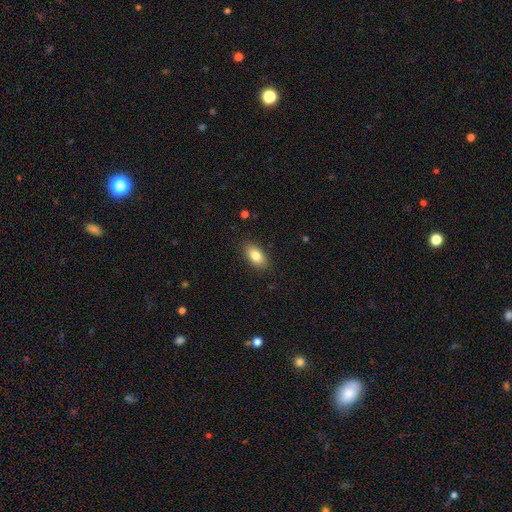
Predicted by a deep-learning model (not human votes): Smooth or featured?
  - smooth: 83% *
  - featured or disk: 10%
  - star or artifact: 7%
How rounded?
  - in between: 92% *
  - round: 5%
  - cigar-shaped: 3%
Merging?
  - none: 87% *
  - minor disturbance: 10%
  - major disturbance: 2%
  - merger: 1%